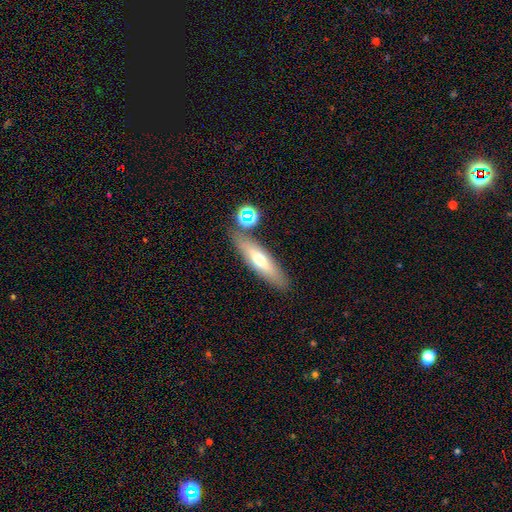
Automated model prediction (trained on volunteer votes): The model was most divided on "smooth or featured": smooth: 49%, featured or disk: 43%, star or artifact: 8%. More confident: merging — none (77%).